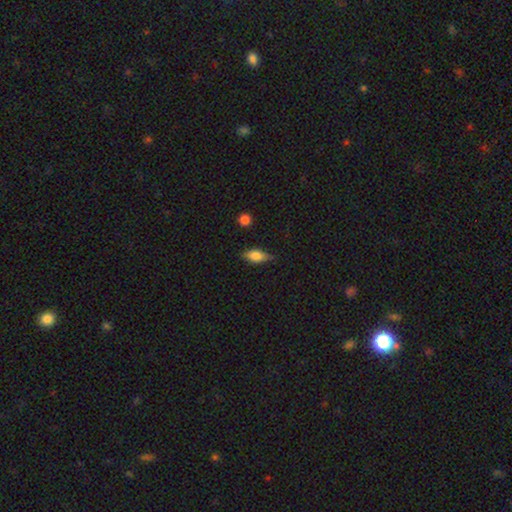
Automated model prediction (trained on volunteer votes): This appears to be a smooth galaxy with no disk features (69%) that is in between round and cigar-shaped (78%). Merging: none (76%).